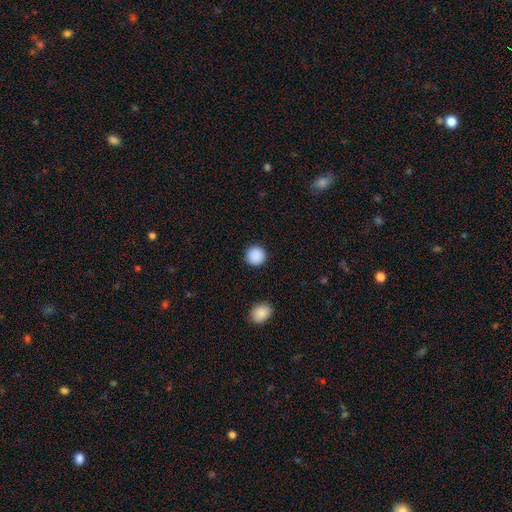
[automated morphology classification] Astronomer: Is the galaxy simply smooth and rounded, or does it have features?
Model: smooth — 89%.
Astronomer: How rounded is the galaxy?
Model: round — 95%.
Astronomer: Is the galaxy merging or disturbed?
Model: none — 92%.